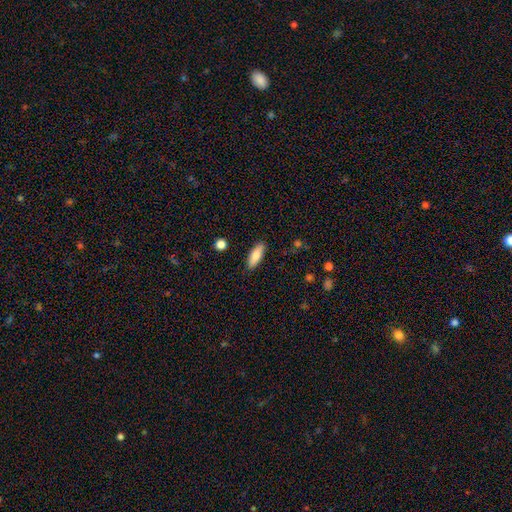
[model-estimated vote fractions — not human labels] Smooth or featured: smooth — 79% (featured or disk — 14%)
How rounded: in between — 61% (cigar-shaped — 37%)
Merging: none — 88% (minor disturbance — 9%)